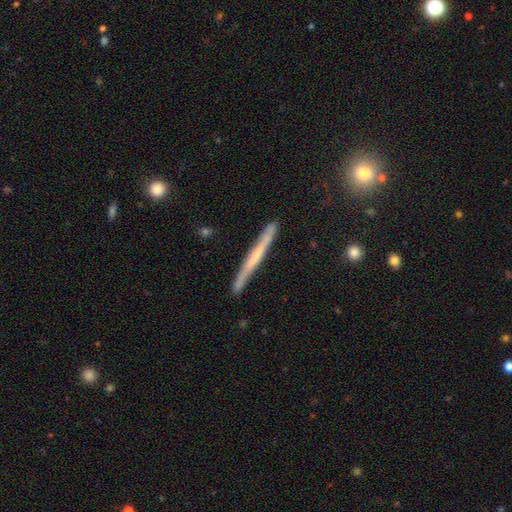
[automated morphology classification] smooth-or-featured: featured or disk: 54% | smooth: 39% | star or artifact: 7%
  disk-edge-on: yes: 95% | no: 5%
    edge-on-bulge: none: 73% | rounded: 17% | boxy: 10%
  merging: none: 86% | minor disturbance: 10% | merger: 2% | major disturbance: 2%